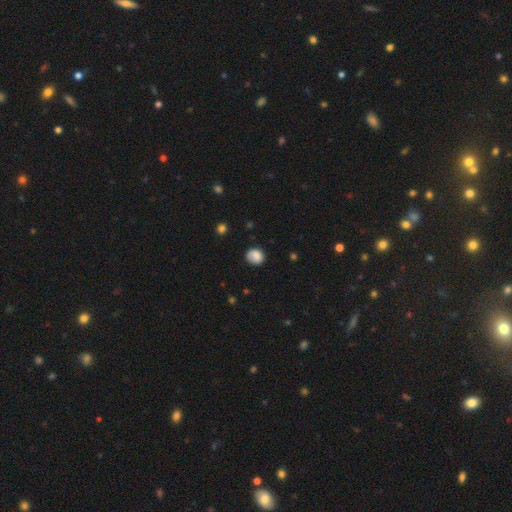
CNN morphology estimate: Smooth or featured? smooth (81%)
How rounded? round (75%)
Merging? none (72%)